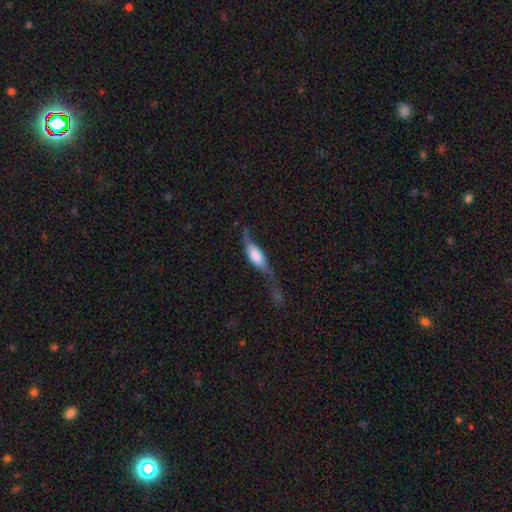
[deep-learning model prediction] Smooth or featured: smooth — 51% (featured or disk — 42%)
How rounded: in between — 62% (cigar-shaped — 34%)
Merging: major disturbance — 38% (none — 29%)